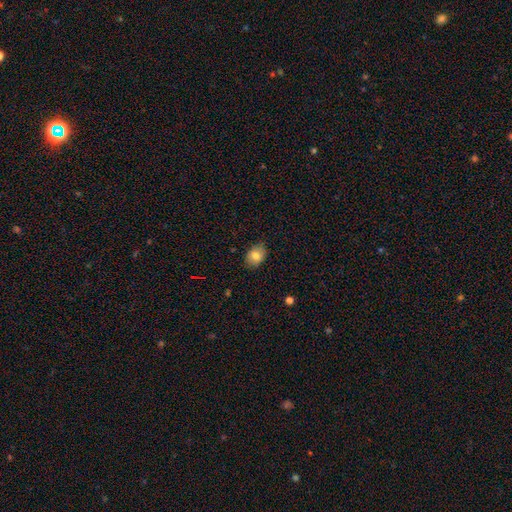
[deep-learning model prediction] Smooth or featured? Predicted: smooth (p=0.80). How rounded? Predicted: in between (p=0.68). Merging? Predicted: none (p=0.83).